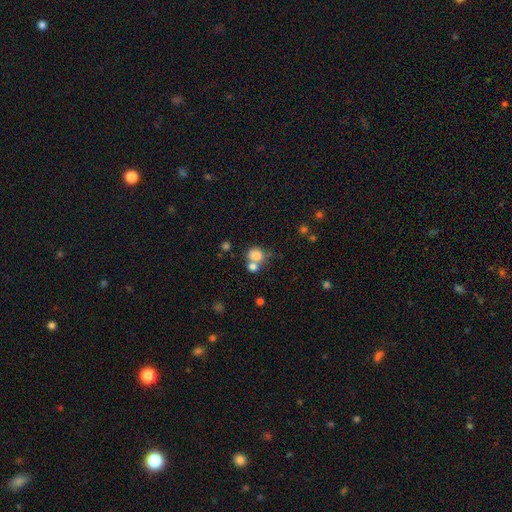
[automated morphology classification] smooth-or-featured: smooth: 80% | star or artifact: 11% | featured or disk: 9%
  how-rounded: round: 69% | in between: 30% | cigar-shaped: 1%
  merging: merger: 42% | none: 40% | minor disturbance: 12% | major disturbance: 6%